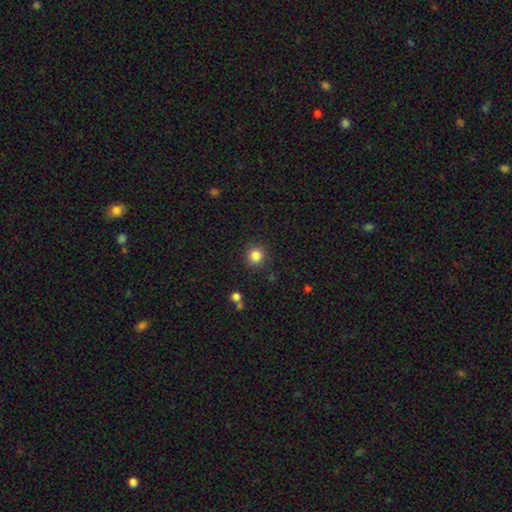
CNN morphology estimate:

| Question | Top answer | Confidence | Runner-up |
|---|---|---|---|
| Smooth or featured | smooth | 84% | star or artifact (11%) |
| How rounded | round | 93% | in between (6%) |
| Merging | none | 89% | minor disturbance (6%) |